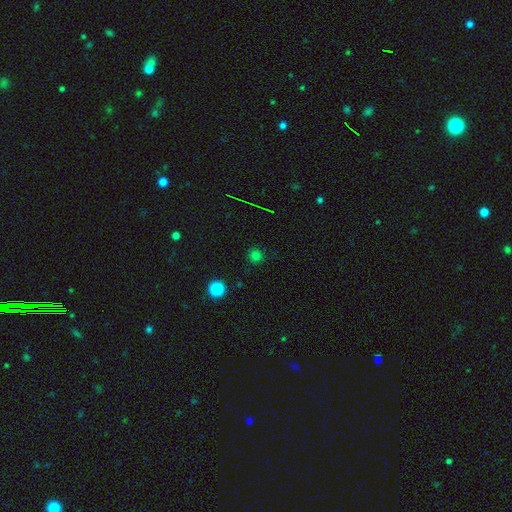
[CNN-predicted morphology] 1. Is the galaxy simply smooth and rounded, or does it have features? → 72% smooth, 23% star or artifact, 5% featured or disk.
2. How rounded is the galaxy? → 94% round, 5% in between, 1% cigar-shaped.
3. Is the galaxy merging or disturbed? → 89% none, 7% minor disturbance, 2% major disturbance, 1% merger.